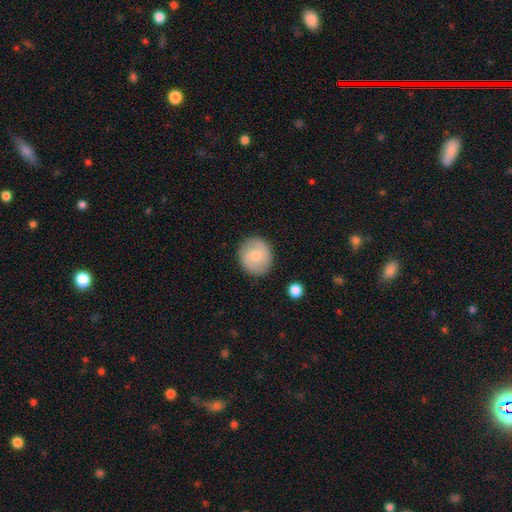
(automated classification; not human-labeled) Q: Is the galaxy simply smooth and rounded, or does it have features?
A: smooth — 57%.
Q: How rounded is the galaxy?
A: round — 89%.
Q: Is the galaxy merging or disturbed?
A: none — 86%.